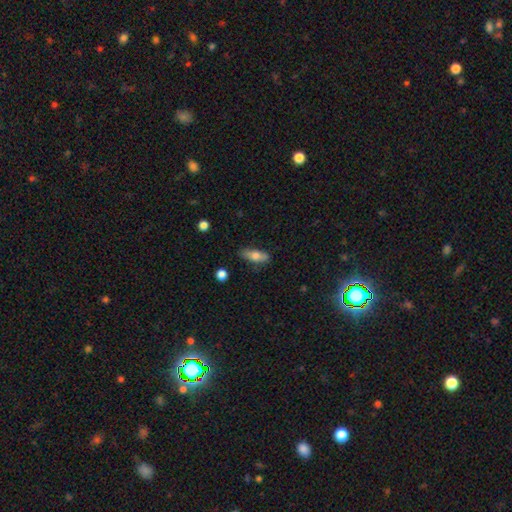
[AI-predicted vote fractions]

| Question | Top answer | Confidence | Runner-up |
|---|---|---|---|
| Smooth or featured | smooth | 71% | featured or disk (22%) |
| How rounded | in between | 65% | cigar-shaped (32%) |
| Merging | none | 78% | minor disturbance (17%) |